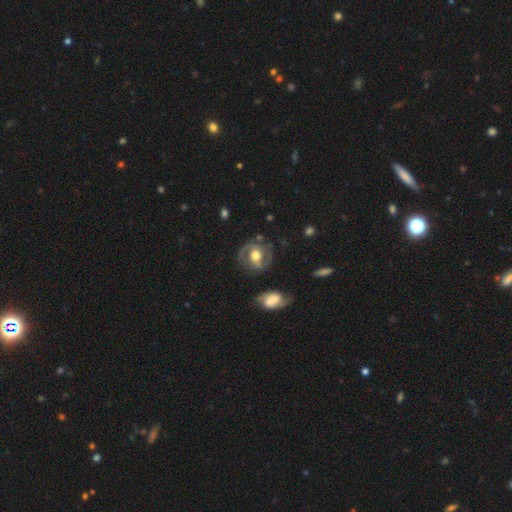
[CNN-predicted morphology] Smooth or featured? featured or disk (70%)
Edge-on disk? no (96%)
Bar? no (47%)
Spiral arms? yes (74%)
Bulge size? moderate (66%)
Merging? none (75%)